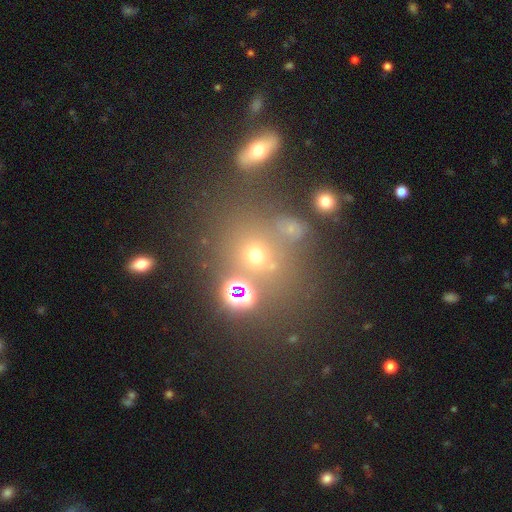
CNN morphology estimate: Smooth or featured?
  - smooth: 57% *
  - star or artifact: 33%
  - featured or disk: 11%
How rounded?
  - round: 78% *
  - in between: 20%
  - cigar-shaped: 1%
Merging?
  - none: 64% *
  - merger: 18%
  - minor disturbance: 11%
  - major disturbance: 8%